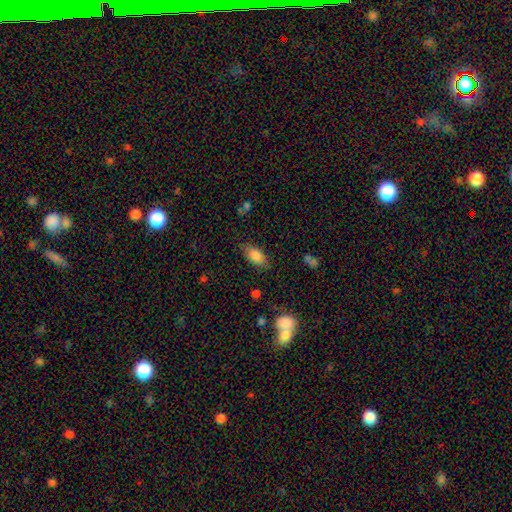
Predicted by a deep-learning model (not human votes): The model was most divided on "merging": none: 78%, minor disturbance: 16%, major disturbance: 4%, merger: 2%. More confident: how rounded — in between (87%); smooth or featured — smooth (83%).